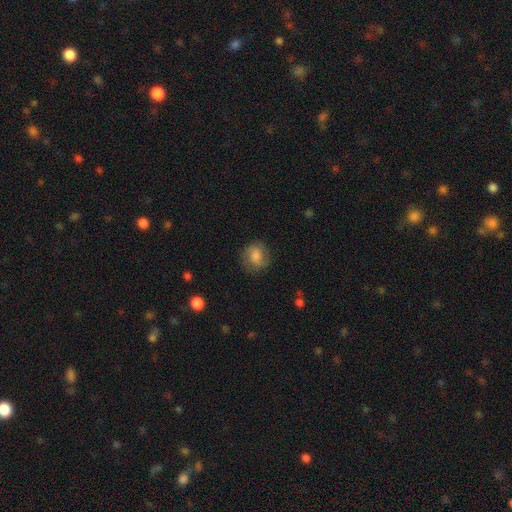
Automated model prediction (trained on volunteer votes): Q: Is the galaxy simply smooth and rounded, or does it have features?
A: smooth — 69%.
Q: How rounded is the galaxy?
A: round — 75%.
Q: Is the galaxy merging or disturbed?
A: none — 78%.